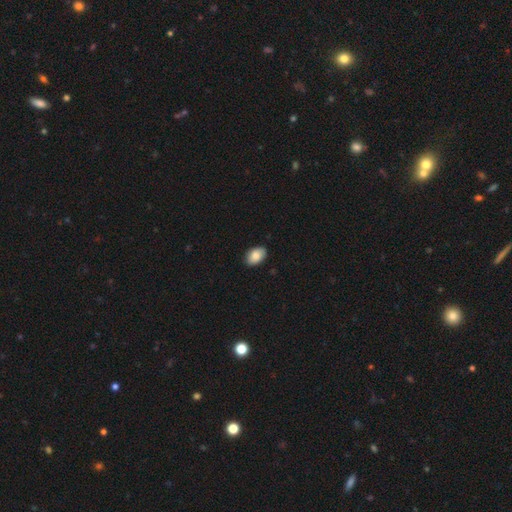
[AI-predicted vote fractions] A smooth galaxy with no disk features (87%) that is in between round and cigar-shaped (89%).

Vote fractions:
- Smooth or featured? smooth: 87% / featured or disk: 7% / star or artifact: 7%
- How rounded? in between: 89% / round: 10% / cigar-shaped: 1%
- Merging? none: 87% / minor disturbance: 11% / major disturbance: 2% / merger: 1%